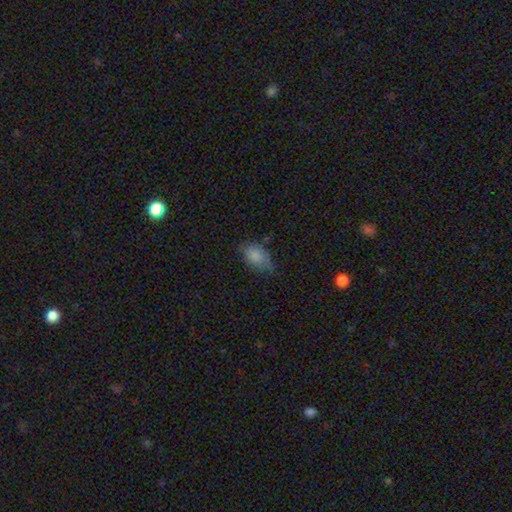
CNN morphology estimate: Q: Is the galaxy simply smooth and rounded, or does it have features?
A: smooth — 81%.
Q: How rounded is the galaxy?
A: in between — 87%.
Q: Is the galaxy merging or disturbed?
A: none — 54%.